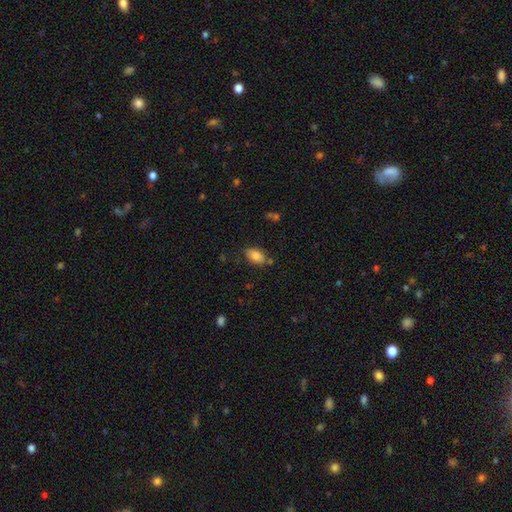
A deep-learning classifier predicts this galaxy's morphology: smooth 83%, featured or disk 9%, star or artifact 8%. Down the decision tree: how rounded — in between (91%); merging — none (75%).